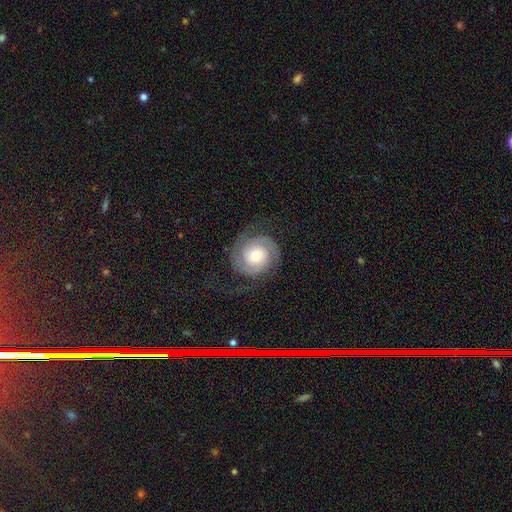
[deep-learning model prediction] Q: Smooth or featured?
A: featured or disk (82%); runner-up: smooth (12%)
Q: Edge-on disk?
A: no (98%); runner-up: yes (2%)
Q: Bar?
A: no (71%); runner-up: weak (23%)
Q: Spiral arms?
A: yes (97%); runner-up: no (3%)
Q: Spiral winding?
A: tight (56%); runner-up: medium (34%)
Q: Spiral arm count?
A: 2 (88%); runner-up: can't tell (4%)
Q: Bulge size?
A: moderate (47%); runner-up: large (24%)
Q: Merging?
A: none (74%); runner-up: minor disturbance (13%)